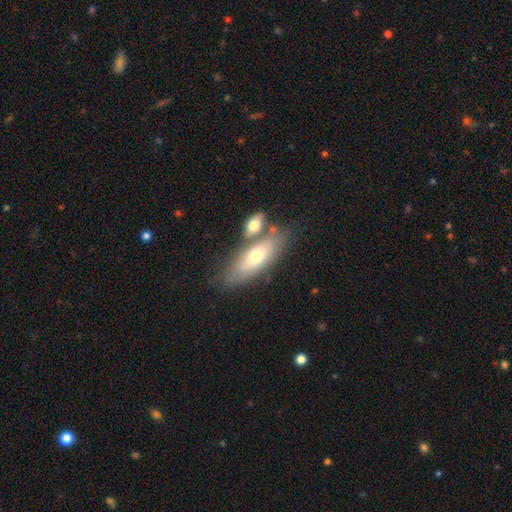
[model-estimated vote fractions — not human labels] Smooth or featured?
  - smooth: 57% *
  - featured or disk: 36%
  - star or artifact: 7%
How rounded?
  - in between: 65% *
  - cigar-shaped: 32%
  - round: 3%
Merging?
  - none: 56% *
  - merger: 27%
  - minor disturbance: 13%
  - major disturbance: 4%